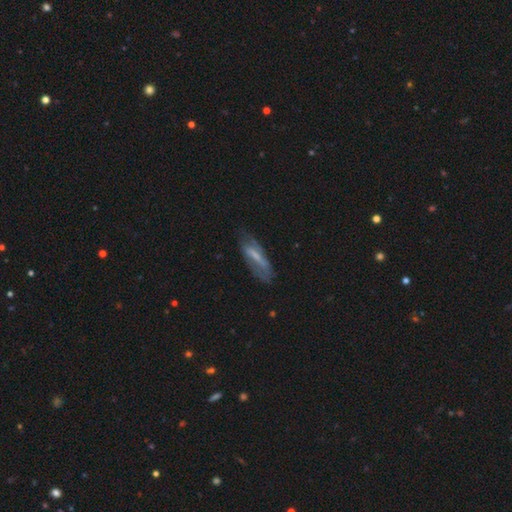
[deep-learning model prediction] This is possibly a featured or disk galaxy (53%). It is likely not viewed edge-on (71%). Merging: possibly none (59%).